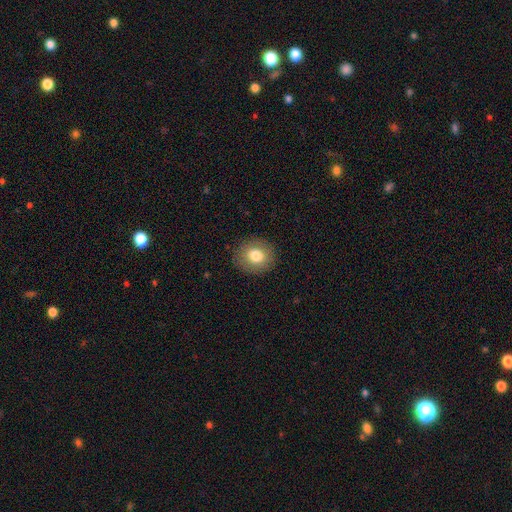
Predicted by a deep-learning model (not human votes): smooth_or_featured: smooth (p=0.79) [alt: featured or disk p=0.12]
how_rounded: round (p=0.78) [alt: in between p=0.21]
merging: none (p=0.89) [alt: minor disturbance p=0.07]